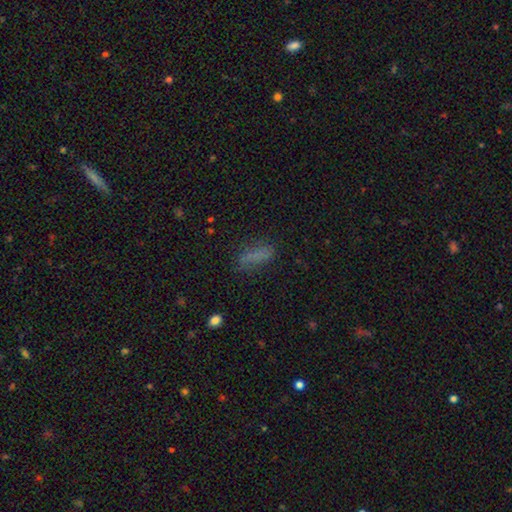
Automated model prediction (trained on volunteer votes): A smooth galaxy with no disk features (73%) that is in between round and cigar-shaped (53%). Merging: none (70%).